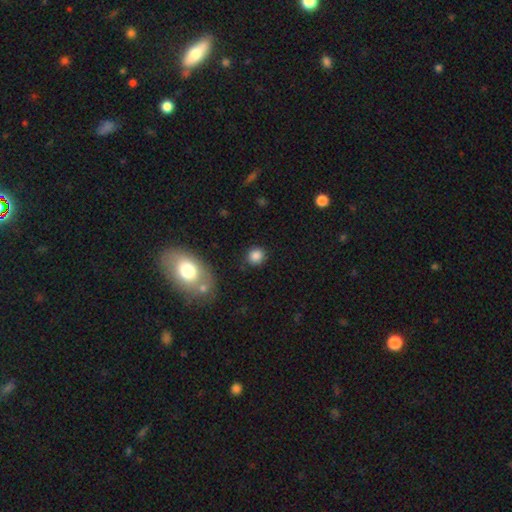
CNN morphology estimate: smooth 85%, star or artifact 10%, featured or disk 5%. Down the decision tree: how rounded — round (88%); merging — none (86%).